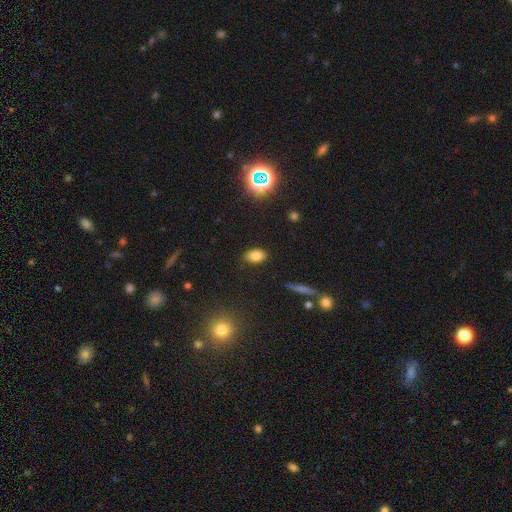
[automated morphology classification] type=smooth (80%); roundness=in between (87%); merging=none (85%).